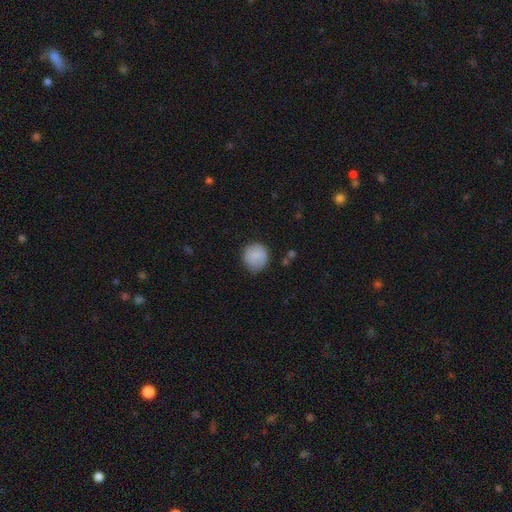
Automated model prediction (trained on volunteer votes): smooth-or-featured: smooth: 84% | featured or disk: 9% | star or artifact: 7%
  how-rounded: round: 89% | in between: 10% | cigar-shaped: 1%
  merging: none: 80% | minor disturbance: 15% | major disturbance: 4% | merger: 2%